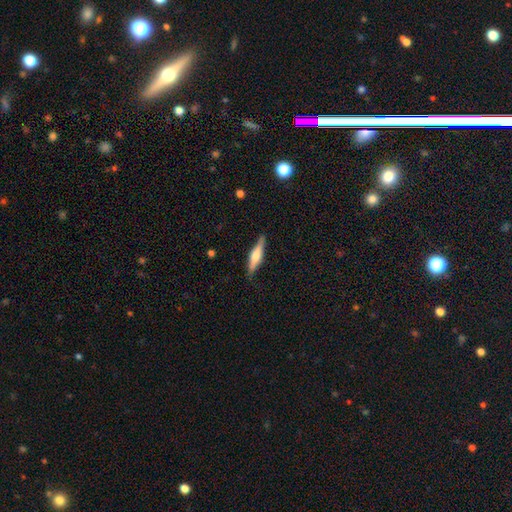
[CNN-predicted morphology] This appears to be a featured or disk galaxy (53%) viewed edge-on (95%) with a rounded central bulge (81%). Merging: none (85%).